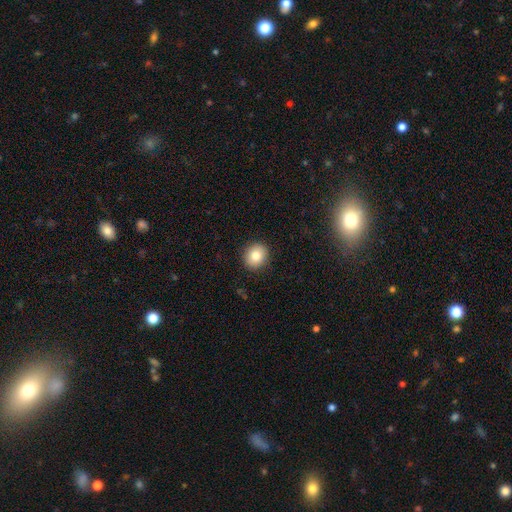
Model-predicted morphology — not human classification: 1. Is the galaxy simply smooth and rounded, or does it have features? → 82% smooth, 9% star or artifact, 8% featured or disk.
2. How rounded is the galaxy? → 83% round, 16% in between, 1% cigar-shaped.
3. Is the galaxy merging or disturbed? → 91% none, 7% minor disturbance, 2% major disturbance, 1% merger.